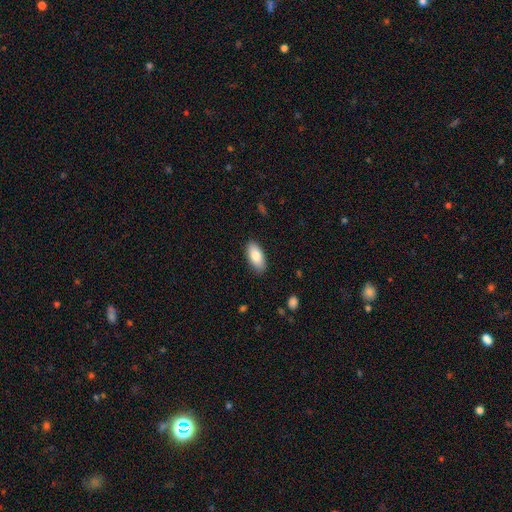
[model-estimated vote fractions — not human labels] This appears to be a smooth galaxy with no disk features (83%) that is in between round and cigar-shaped (89%). Merging: none (87%).